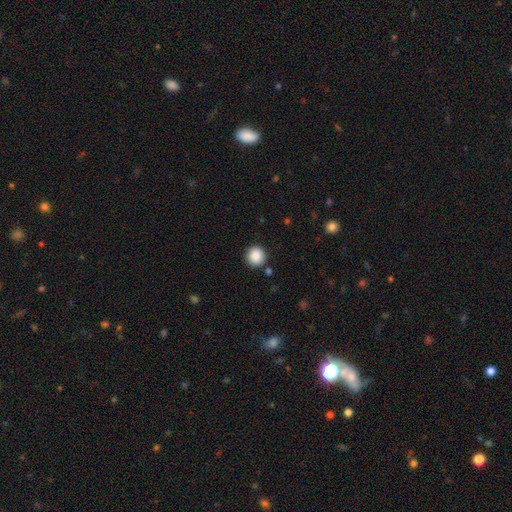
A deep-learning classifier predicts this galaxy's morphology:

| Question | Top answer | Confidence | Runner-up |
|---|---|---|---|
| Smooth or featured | smooth | 88% | star or artifact (9%) |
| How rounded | round | 94% | in between (6%) |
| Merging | none | 88% | minor disturbance (7%) |